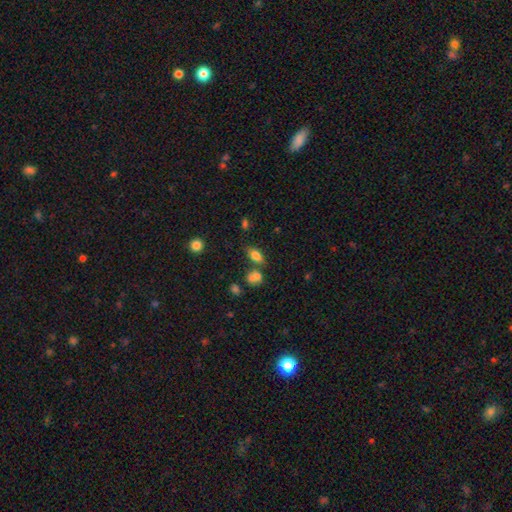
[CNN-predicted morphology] Smooth or featured?
  - smooth: 80% *
  - star or artifact: 11%
  - featured or disk: 9%
How rounded?
  - in between: 86% *
  - round: 9%
  - cigar-shaped: 5%
Merging?
  - none: 63% *
  - merger: 18%
  - minor disturbance: 14%
  - major disturbance: 5%